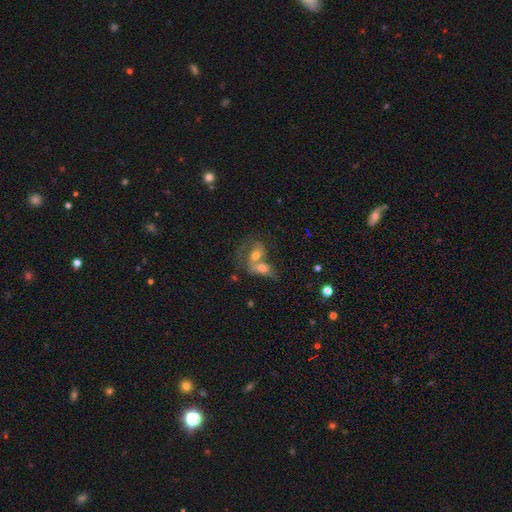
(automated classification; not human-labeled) The model was most divided on "smooth or featured": featured or disk: 50%, smooth: 36%, star or artifact: 14%. More confident: merging — merger (71%).